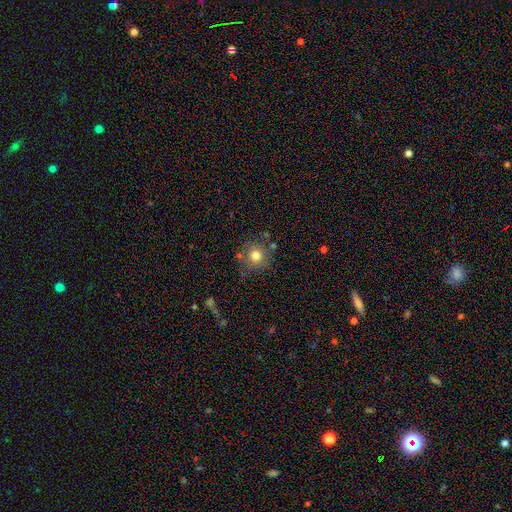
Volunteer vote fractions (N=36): smooth 89%, featured or disk 8%, star or artifact 3%. Down the decision tree: how rounded — round (91%); merging — none (91%).